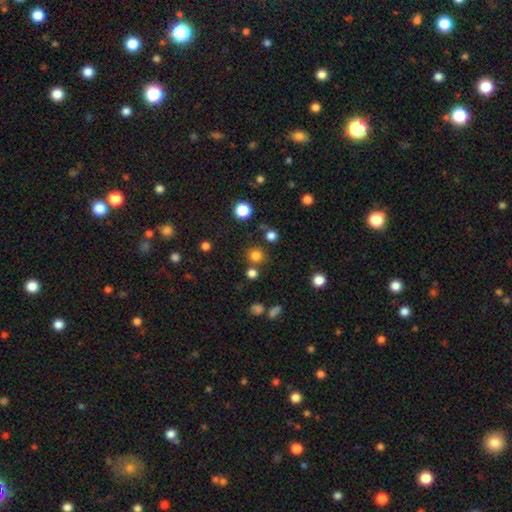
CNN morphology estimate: Q: Smooth or featured?
A: smooth (78%); runner-up: star or artifact (17%)
Q: How rounded?
A: round (92%); runner-up: in between (7%)
Q: Merging?
A: none (80%); runner-up: merger (10%)